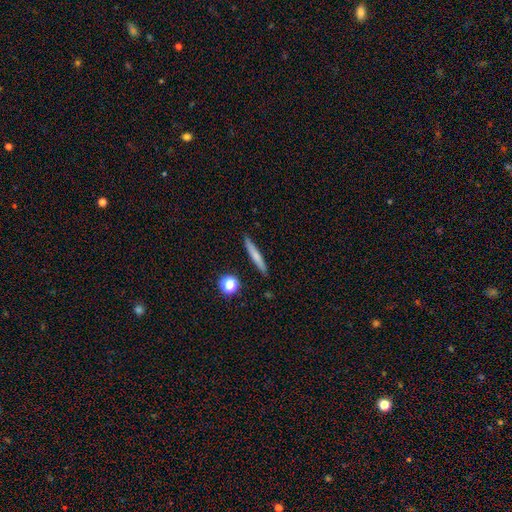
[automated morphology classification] smooth-or-featured: smooth: 67% | featured or disk: 25% | star or artifact: 8%
  how-rounded: cigar-shaped: 94% | in between: 4% | round: 2%
  merging: none: 89% | minor disturbance: 7% | merger: 2% | major disturbance: 2%